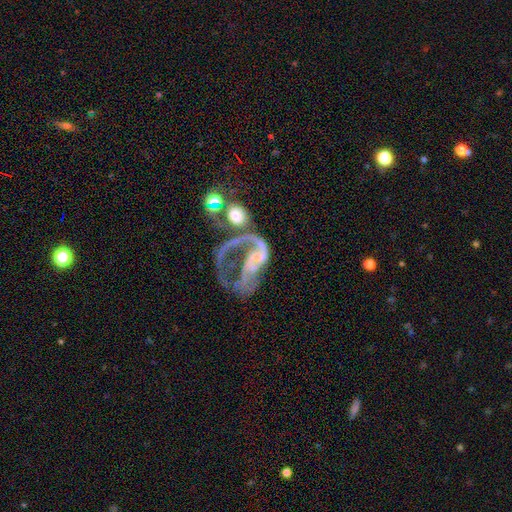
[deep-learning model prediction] Overall: featured or disk (76%). Edge-on disk: no (97%). Bar: no (61%; weak 25%). Spiral arms: yes (70%). Spiral arm count: 1 (53%; 2 30%). Spiral winding: loose (57%; medium 30%). Bulge size: none (58%; small 25%). Merging: major disturbance (54%; merger 18%).